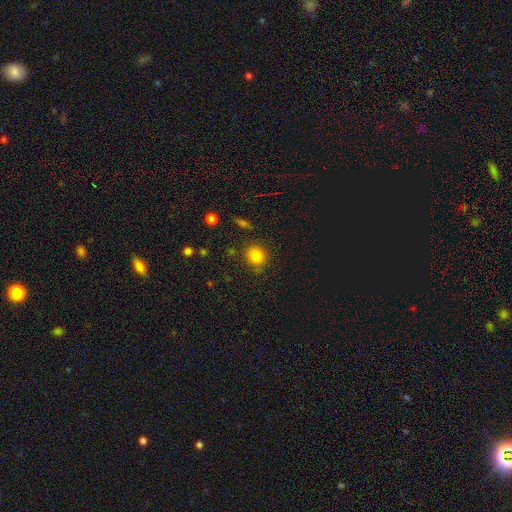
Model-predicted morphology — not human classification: Smooth or featured: smooth — 82% (star or artifact — 12%)
How rounded: round — 83% (in between — 16%)
Merging: none — 82% (minor disturbance — 11%)